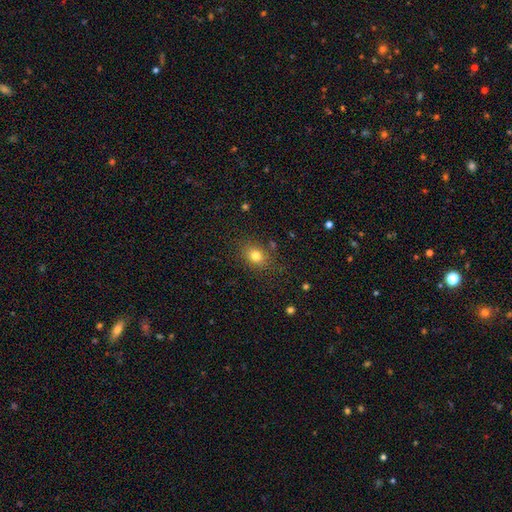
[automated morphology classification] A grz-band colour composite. It shows a smooth galaxy with no disk features (79%) that is in between round and cigar-shaped (53%). Merging: none (82%).